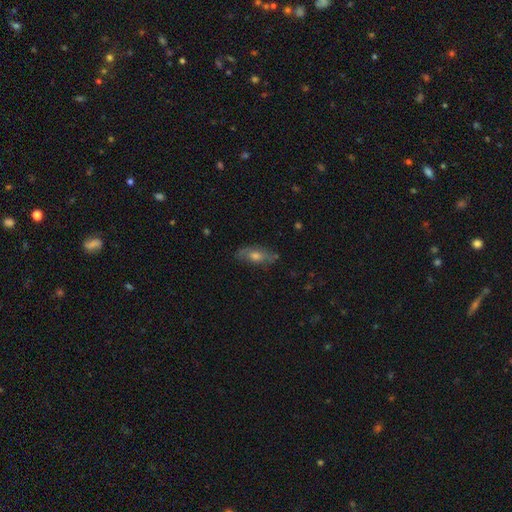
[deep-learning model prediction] featured or disk 47%, smooth 43%, star or artifact 10%. Down the decision tree: merging — none (77%).